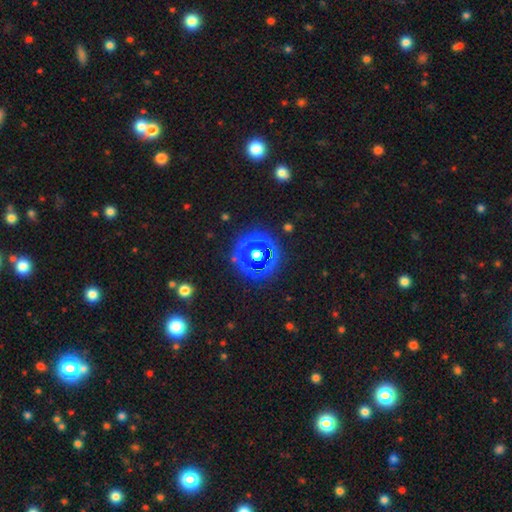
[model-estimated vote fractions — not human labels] This appears to be a star or artifact, not a galaxy (45%).